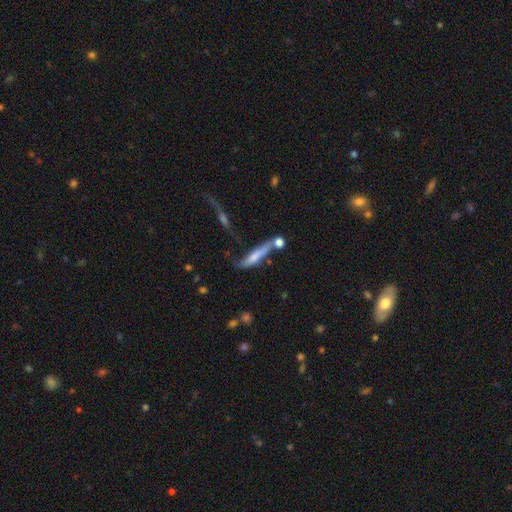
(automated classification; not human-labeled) smooth-or-featured: smooth: 57% | featured or disk: 35% | star or artifact: 8%
  how-rounded: cigar-shaped: 80% | in between: 17% | round: 3%
  merging: none: 37% | merger: 29% | minor disturbance: 20% | major disturbance: 15%